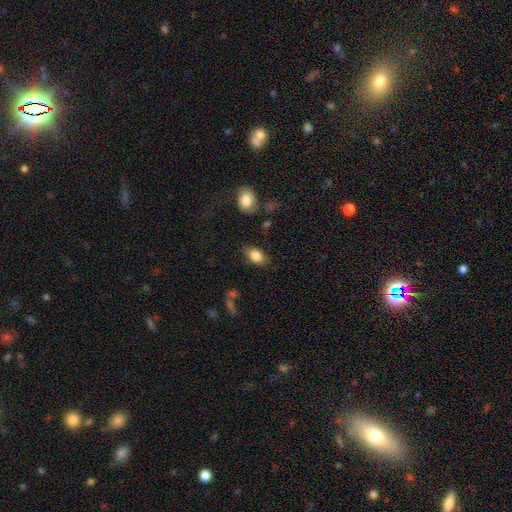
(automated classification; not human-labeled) smooth-or-featured: smooth: 83% | featured or disk: 9% | star or artifact: 8%
  how-rounded: in between: 86% | round: 11% | cigar-shaped: 2%
  merging: none: 79% | minor disturbance: 15% | major disturbance: 4% | merger: 2%